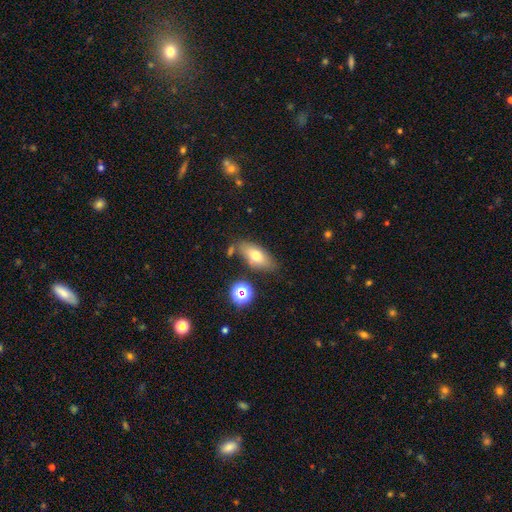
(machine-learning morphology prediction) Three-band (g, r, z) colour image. It shows a smooth galaxy with no disk features (69%) that is in between round and cigar-shaped (81%). Merging: none (72%).